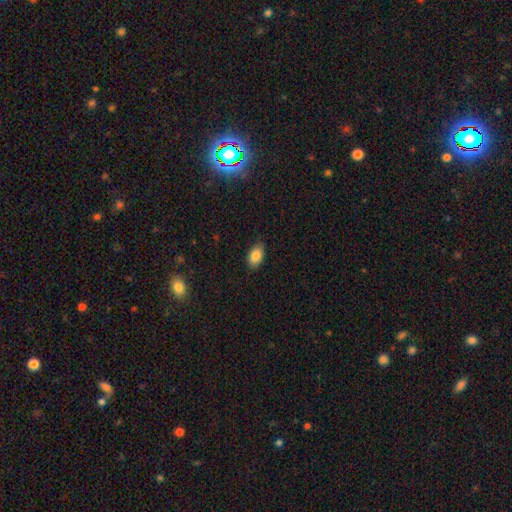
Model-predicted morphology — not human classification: Smooth or featured?
  - smooth: 86% *
  - star or artifact: 8%
  - featured or disk: 6%
How rounded?
  - in between: 92% *
  - round: 6%
  - cigar-shaped: 2%
Merging?
  - none: 84% *
  - minor disturbance: 13%
  - major disturbance: 2%
  - merger: 1%